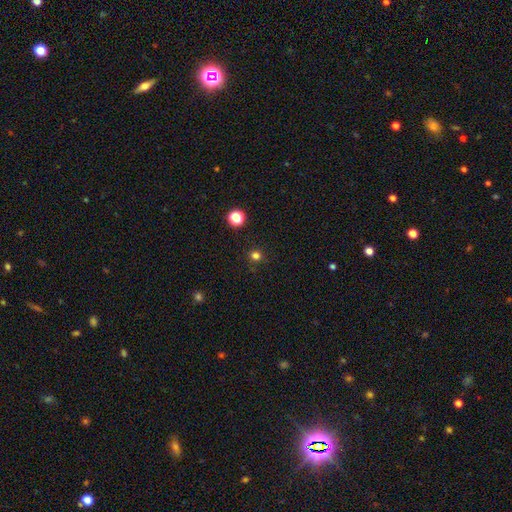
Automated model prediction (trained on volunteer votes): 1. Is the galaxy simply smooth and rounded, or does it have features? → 76% smooth, 19% star or artifact, 4% featured or disk.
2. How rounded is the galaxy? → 92% round, 7% in between, 1% cigar-shaped.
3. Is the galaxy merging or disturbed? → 89% none, 7% minor disturbance, 2% major disturbance, 2% merger.